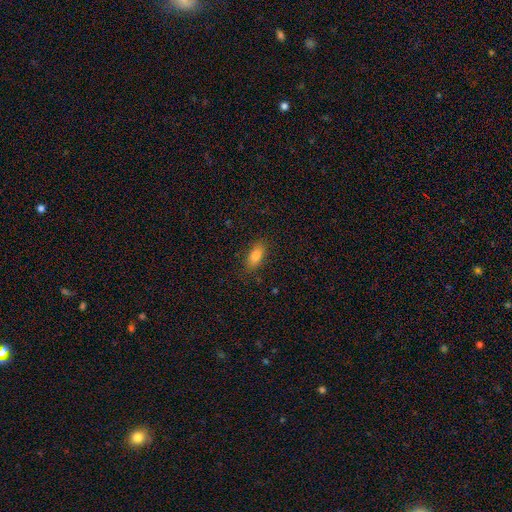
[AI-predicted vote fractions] smooth-or-featured: smooth: 83% | featured or disk: 9% | star or artifact: 8%
  how-rounded: in between: 87% | cigar-shaped: 9% | round: 5%
  merging: none: 85% | minor disturbance: 11% | major disturbance: 3% | merger: 1%